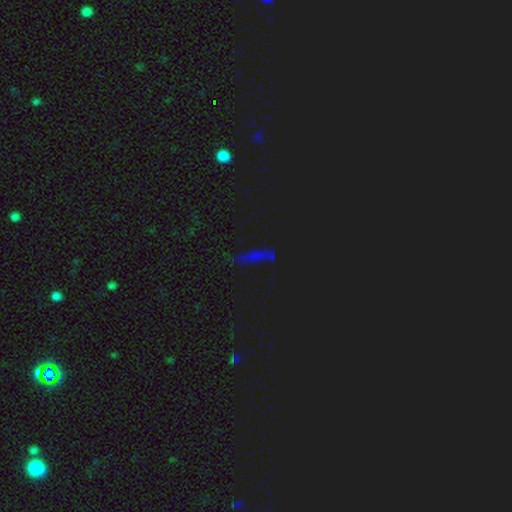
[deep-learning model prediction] Overall: star or artifact (58%; smooth 29%).